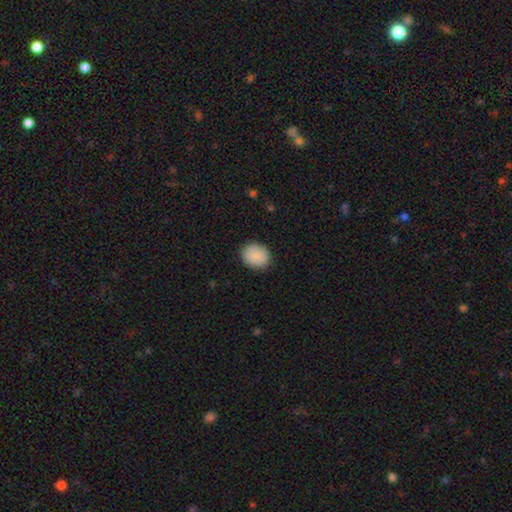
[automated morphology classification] Q: Smooth or featured?
A: smooth (89%); runner-up: star or artifact (7%)
Q: How rounded?
A: round (66%); runner-up: in between (33%)
Q: Merging?
A: none (88%); runner-up: minor disturbance (9%)